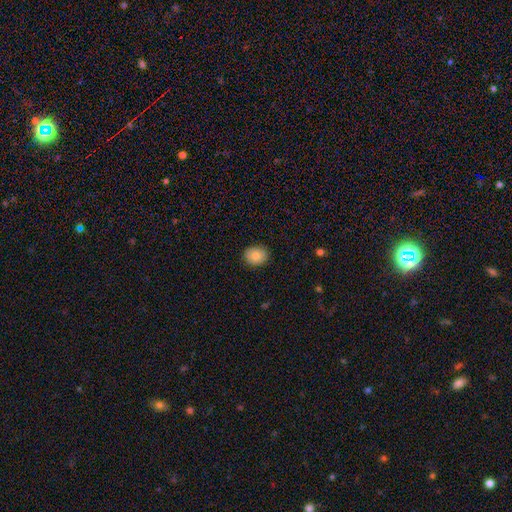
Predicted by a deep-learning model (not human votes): Smooth or featured?
  - smooth: 80% *
  - featured or disk: 11%
  - star or artifact: 8%
How rounded?
  - round: 56% *
  - in between: 43%
  - cigar-shaped: 1%
Merging?
  - none: 90% *
  - minor disturbance: 8%
  - major disturbance: 2%
  - merger: 1%